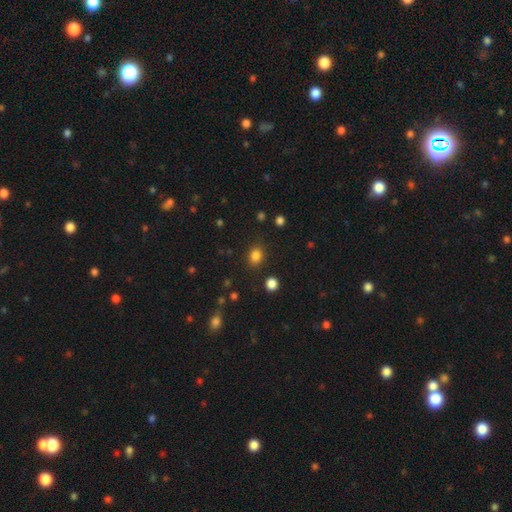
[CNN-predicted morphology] A smooth galaxy with no disk features (83%) that is round (52%).

Vote fractions:
- Smooth or featured? smooth: 83% / star or artifact: 12% / featured or disk: 4%
- How rounded? round: 52% / in between: 47% / cigar-shaped: 1%
- Merging? none: 84% / minor disturbance: 10% / major disturbance: 4% / merger: 3%